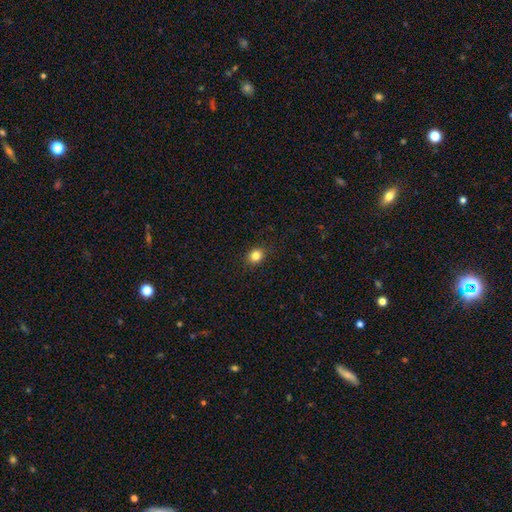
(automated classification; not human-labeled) This appears to be a smooth galaxy with no disk features (83%) that is round (74%). Merging: none (91%).